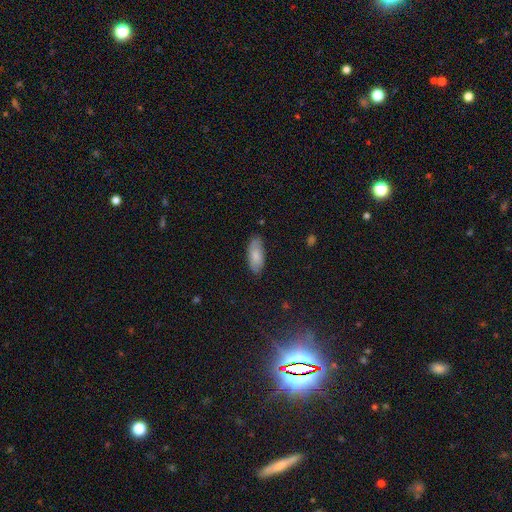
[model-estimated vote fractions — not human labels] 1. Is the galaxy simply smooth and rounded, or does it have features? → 80% smooth, 14% featured or disk, 6% star or artifact.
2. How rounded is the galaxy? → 84% in between, 15% cigar-shaped, 2% round.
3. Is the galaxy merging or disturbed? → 80% none, 16% minor disturbance, 3% major disturbance, 1% merger.